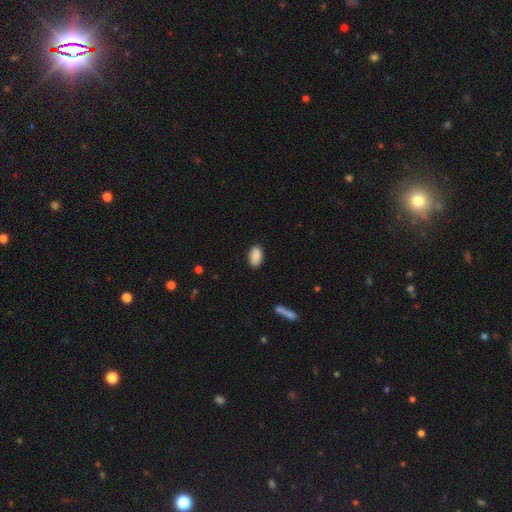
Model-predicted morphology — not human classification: This appears to be a smooth galaxy with no disk features (89%) that is in between round and cigar-shaped (94%). Merging: none (87%).